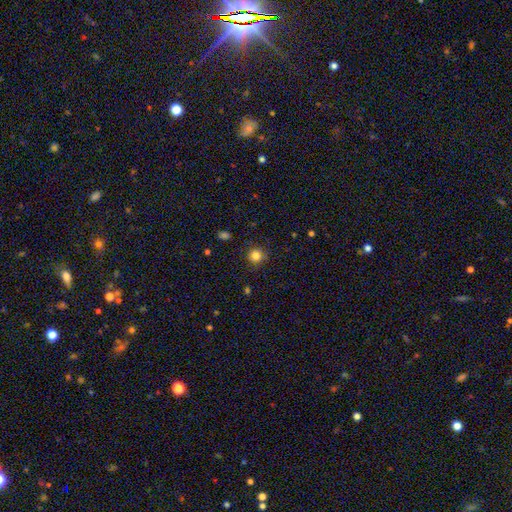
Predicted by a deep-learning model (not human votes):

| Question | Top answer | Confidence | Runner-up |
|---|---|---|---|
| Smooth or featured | smooth | 83% | star or artifact (12%) |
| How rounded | round | 92% | in between (7%) |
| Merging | none | 89% | minor disturbance (8%) |